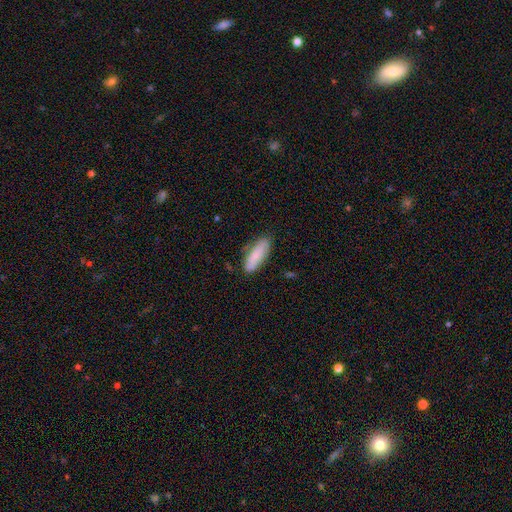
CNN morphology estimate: Overall: smooth (80%). How rounded: in between (59%; cigar-shaped 39%). Merging: none (78%).